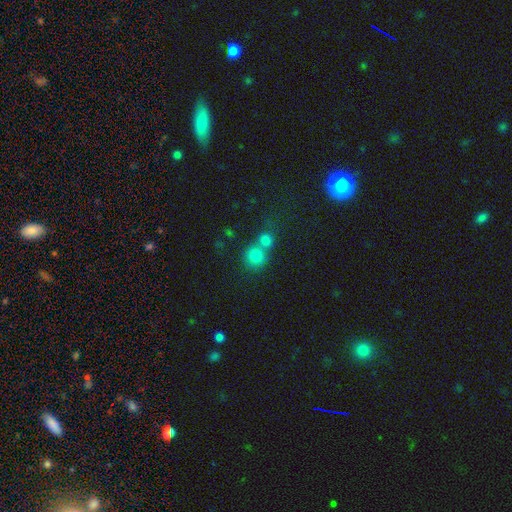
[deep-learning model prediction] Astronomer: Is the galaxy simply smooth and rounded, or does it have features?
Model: smooth — 78%.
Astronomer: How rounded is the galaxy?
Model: round — 88%.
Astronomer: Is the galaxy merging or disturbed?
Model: none — 46% (runner-up: merger, 45%).